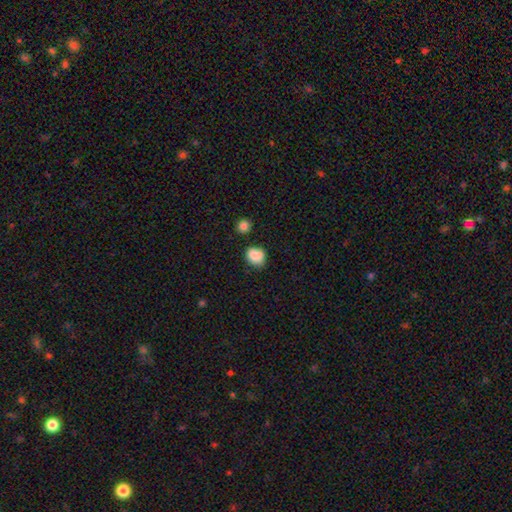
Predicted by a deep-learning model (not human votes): Overall: smooth (85%). How rounded: round (54%; in between 45%). Merging: none (63%).